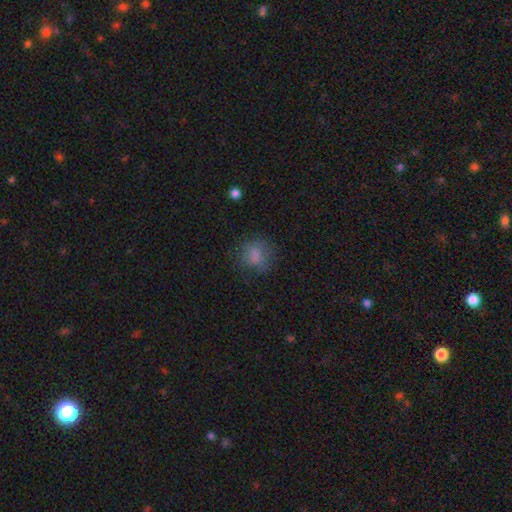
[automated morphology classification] smooth 74%, star or artifact 13%, featured or disk 13%. Down the decision tree: how rounded — round (70%); merging — none (67%).